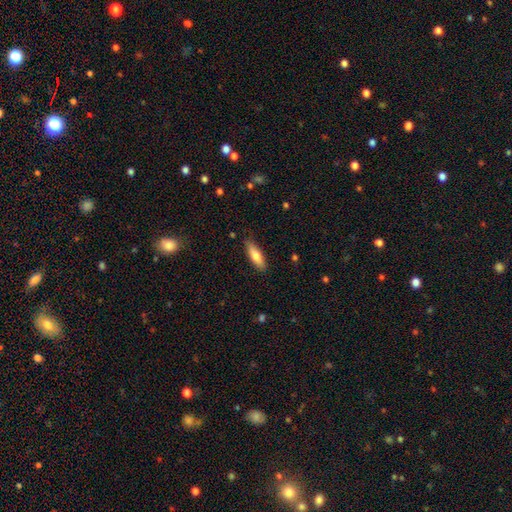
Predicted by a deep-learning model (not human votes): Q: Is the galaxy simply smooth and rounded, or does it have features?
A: smooth — 73%.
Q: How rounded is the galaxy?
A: cigar-shaped — 51%.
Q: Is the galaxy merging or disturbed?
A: none — 85%.